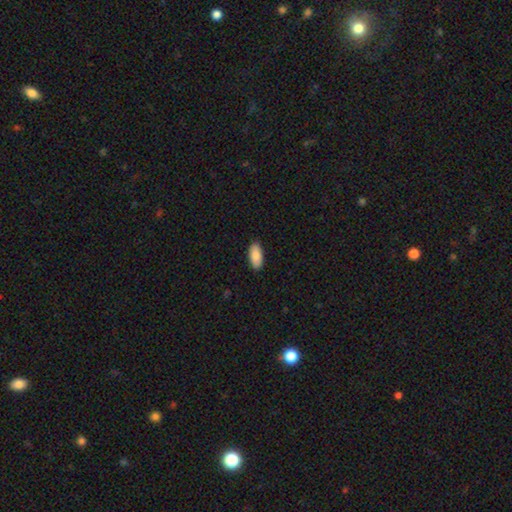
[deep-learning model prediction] A smooth galaxy with no disk features (90%) that is in between round and cigar-shaped (89%). Merging: none (89%).